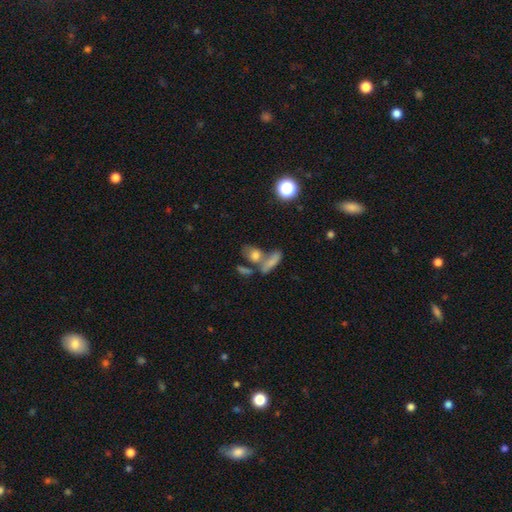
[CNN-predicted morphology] This appears to be a smooth galaxy with no disk features (67%) that is in between round and cigar-shaped (61%). Merging: none (42%).